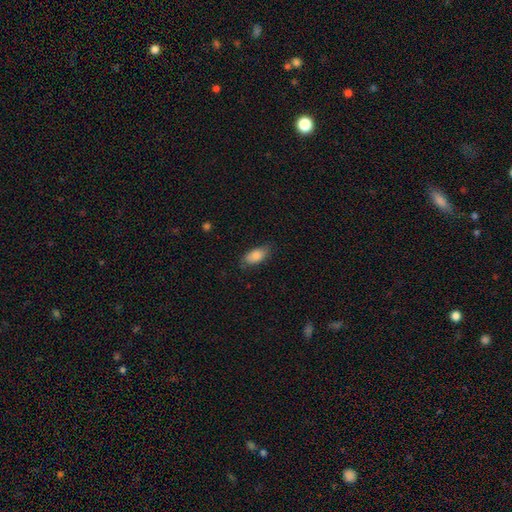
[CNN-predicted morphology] This appears to be a smooth galaxy with no disk features (85%) that is in between round and cigar-shaped (89%). Merging: none (75%).